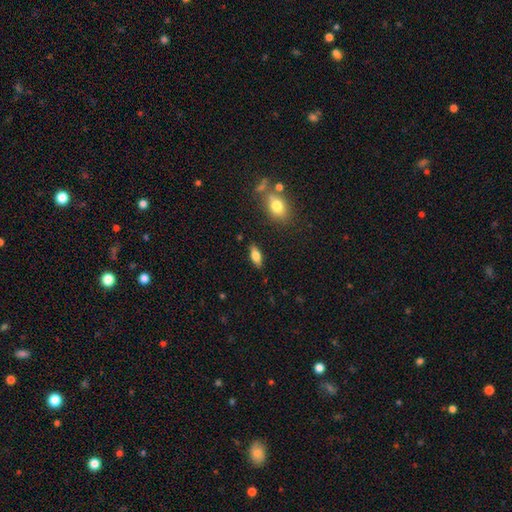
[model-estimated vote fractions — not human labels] Smooth or featured: smooth — 73% (featured or disk — 20%)
How rounded: in between — 81% (cigar-shaped — 16%)
Merging: none — 86% (minor disturbance — 10%)